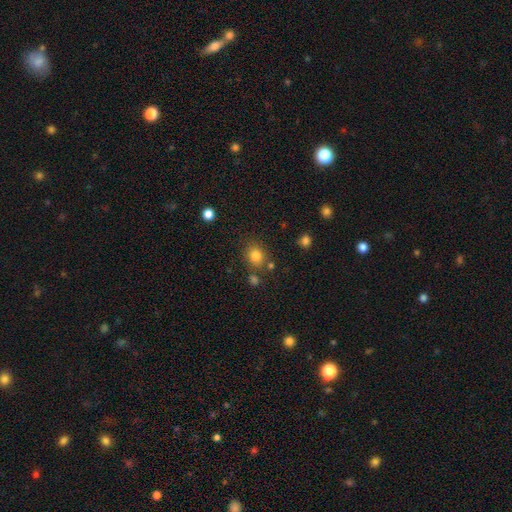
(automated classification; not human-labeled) This is clearly a smooth galaxy (81%). How rounded: likely round (73%). Merging: likely none (77%).